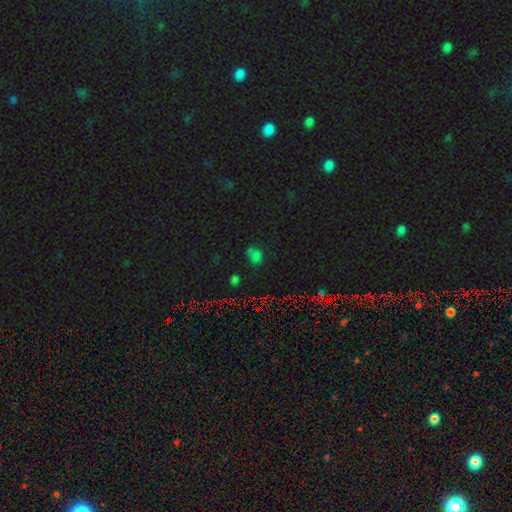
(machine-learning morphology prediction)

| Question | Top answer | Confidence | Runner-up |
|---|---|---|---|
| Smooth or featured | smooth | 48% | star or artifact (44%) |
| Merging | none | 55% | minor disturbance (20%) |